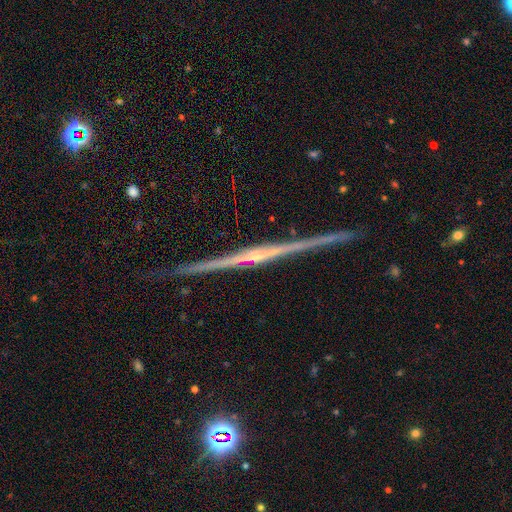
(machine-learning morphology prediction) Smooth or featured: featured or disk — 87% (smooth — 7%)
Edge-on disk: yes — 99% (no — 1%)
Edge-on bulge: rounded — 66% (none — 26%)
Merging: none — 91% (minor disturbance — 7%)